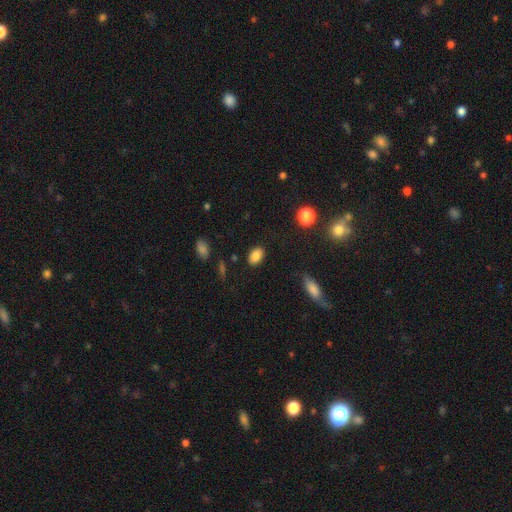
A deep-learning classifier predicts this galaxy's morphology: Smooth or featured? smooth (85%)
How rounded? in between (83%)
Merging? none (86%)